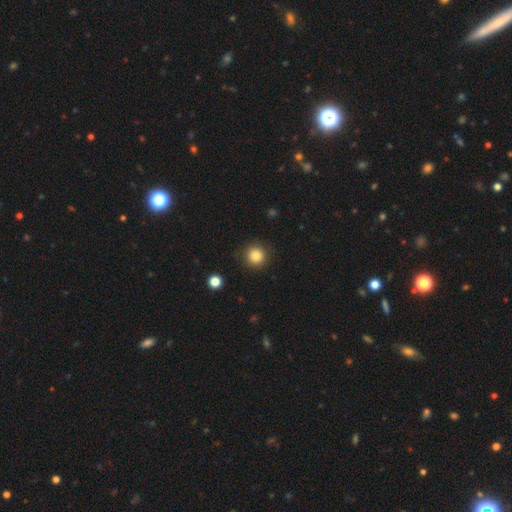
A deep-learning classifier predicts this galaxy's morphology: Q: Smooth or featured?
A: smooth (84%); runner-up: star or artifact (11%)
Q: How rounded?
A: round (94%); runner-up: in between (5%)
Q: Merging?
A: none (90%); runner-up: minor disturbance (6%)